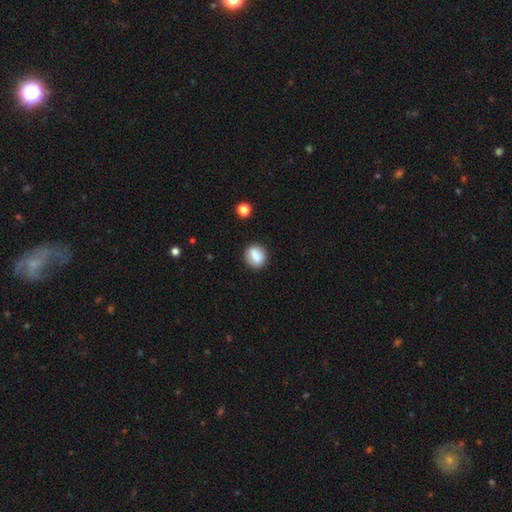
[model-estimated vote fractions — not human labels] A smooth galaxy with no disk features (82%) that is round (60%). Merging: none (82%).